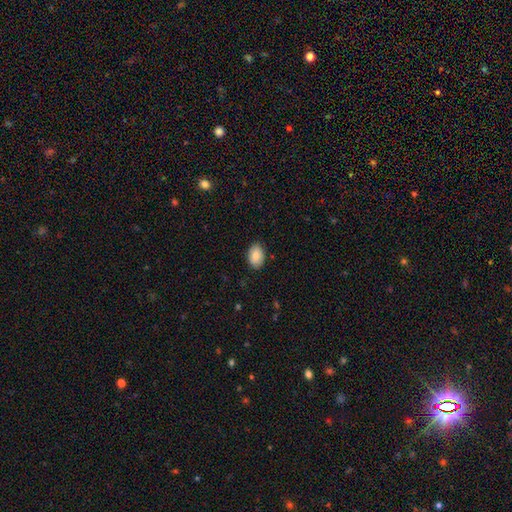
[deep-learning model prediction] Smooth or featured? Predicted: smooth (p=0.83). How rounded? Predicted: in between (p=0.86). Merging? Predicted: none (p=0.86).